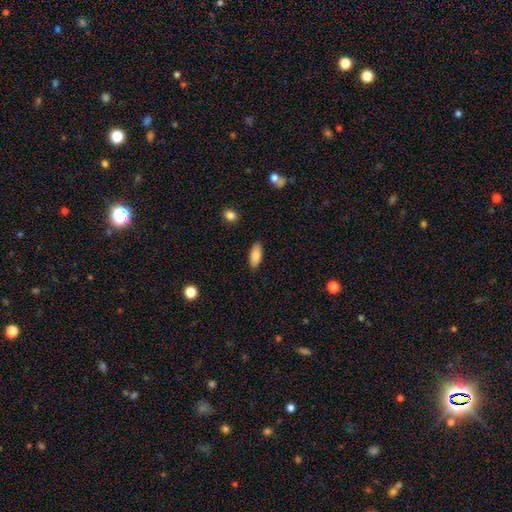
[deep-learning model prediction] Smooth or featured?
  - smooth: 86% *
  - featured or disk: 8%
  - star or artifact: 7%
How rounded?
  - in between: 84% *
  - cigar-shaped: 14%
  - round: 2%
Merging?
  - none: 88% *
  - minor disturbance: 9%
  - major disturbance: 2%
  - merger: 1%